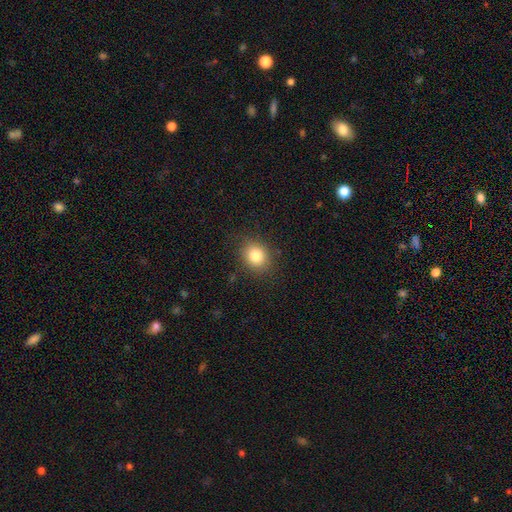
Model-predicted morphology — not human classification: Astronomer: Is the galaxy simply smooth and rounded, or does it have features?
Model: smooth — 82%.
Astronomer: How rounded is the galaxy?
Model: round — 68%.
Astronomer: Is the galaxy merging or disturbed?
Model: none — 86%.